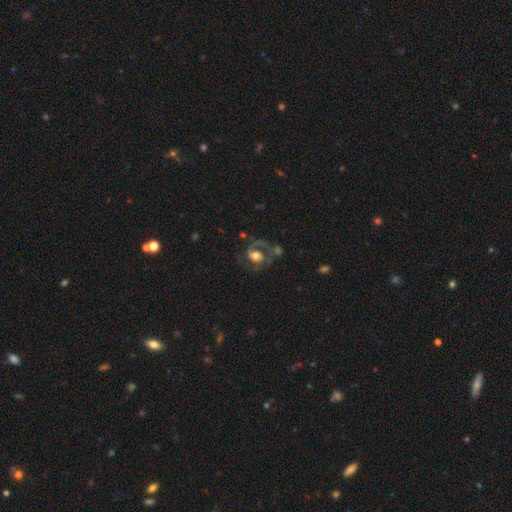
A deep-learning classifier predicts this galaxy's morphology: This appears to be a featured or disk galaxy (74%) with no bar (58%), 2 (65%) medium (50%) spiral arms (86%) and a moderate central bulge (55%). Merging: none (47%).